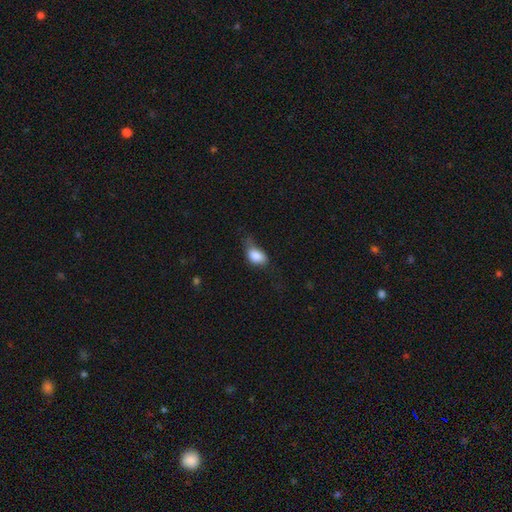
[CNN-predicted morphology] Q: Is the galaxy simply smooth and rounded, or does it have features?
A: smooth — 83%.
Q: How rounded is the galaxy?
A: in between — 84%.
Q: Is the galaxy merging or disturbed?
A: minor disturbance — 39%.